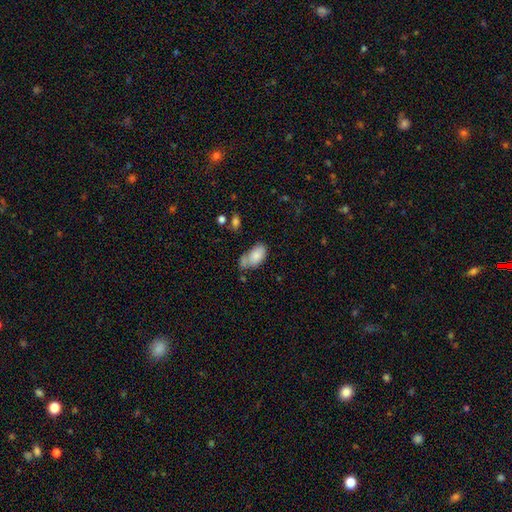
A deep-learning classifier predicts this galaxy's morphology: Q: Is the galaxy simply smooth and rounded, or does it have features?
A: smooth — 81%.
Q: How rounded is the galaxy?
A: in between — 93%.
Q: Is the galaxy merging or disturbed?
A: none — 47%.